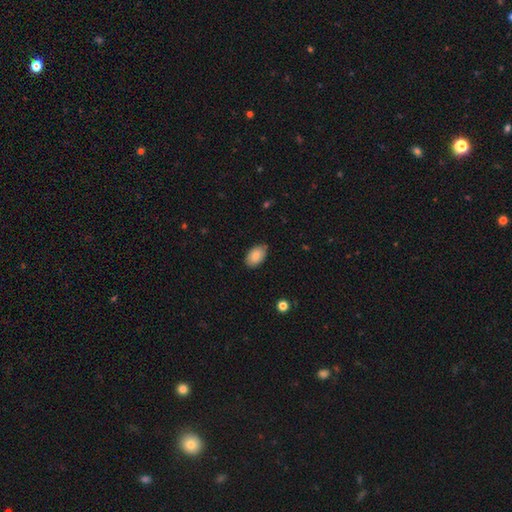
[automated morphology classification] Q: Smooth or featured?
A: smooth (83%); runner-up: featured or disk (10%)
Q: How rounded?
A: in between (91%); runner-up: round (8%)
Q: Merging?
A: none (79%); runner-up: minor disturbance (17%)